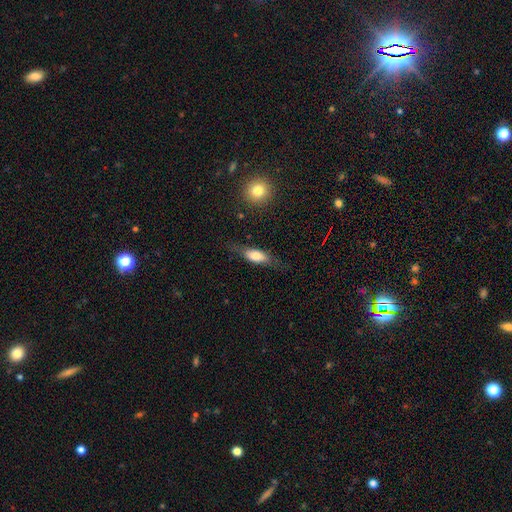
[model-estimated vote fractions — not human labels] Smooth or featured? Predicted: smooth (p=0.60). How rounded? Predicted: in between (p=0.62). Merging? Predicted: none (p=0.65).